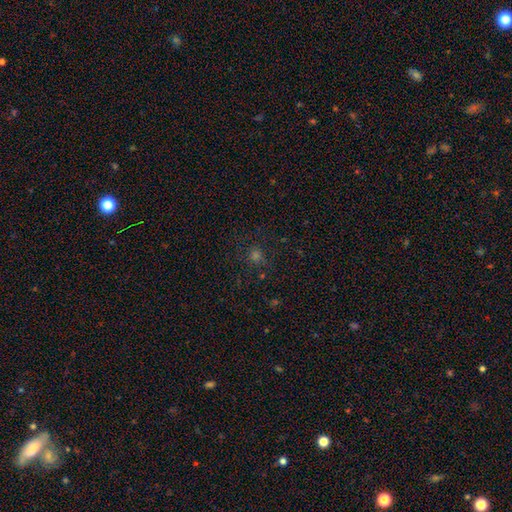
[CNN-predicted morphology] Q: Smooth or featured?
A: smooth (48%); runner-up: star or artifact (42%)
Q: Merging?
A: none (80%); runner-up: minor disturbance (11%)